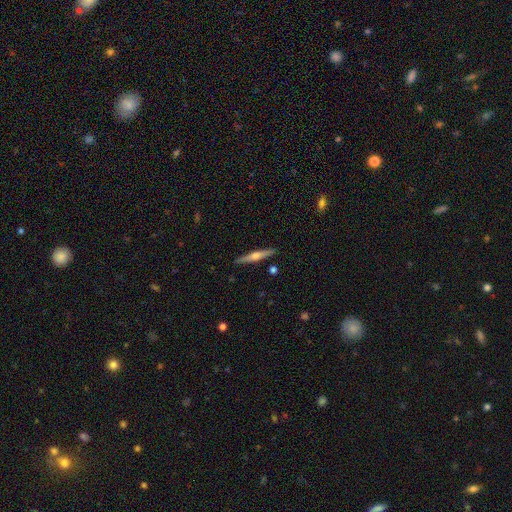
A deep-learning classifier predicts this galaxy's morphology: This appears to be a featured or disk galaxy (62%) viewed edge-on (98%) with a rounded central bulge (84%). Merging: none (90%).